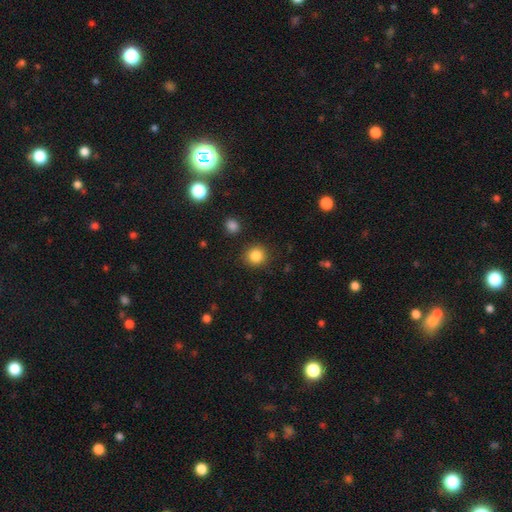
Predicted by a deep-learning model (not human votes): Morphology: type=smooth (85%); roundness=round (90%); merging=none (89%).